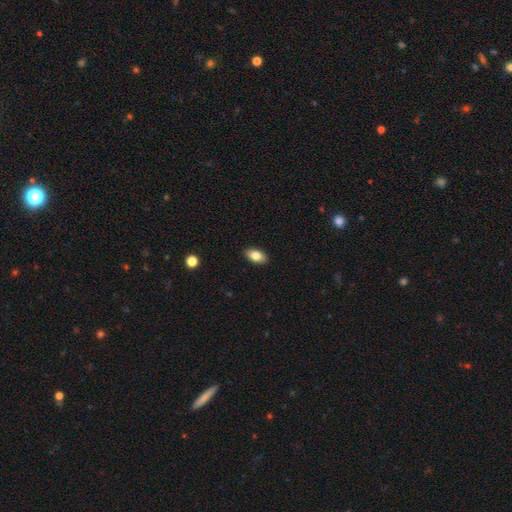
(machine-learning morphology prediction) Smooth or featured: smooth — 81% (featured or disk — 11%)
How rounded: in between — 92% (round — 5%)
Merging: none — 90% (minor disturbance — 8%)